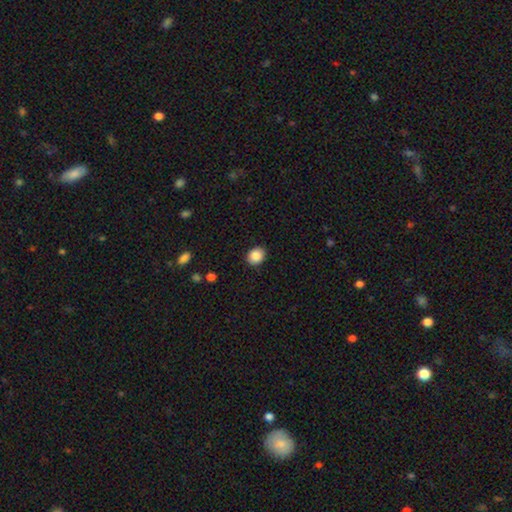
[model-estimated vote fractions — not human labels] Morphology: type=smooth (87%); roundness=round (65%); merging=none (89%).